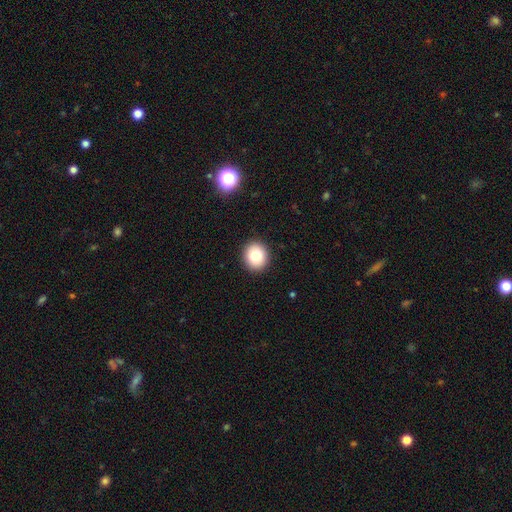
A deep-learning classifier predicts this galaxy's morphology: type=smooth (81%); roundness=round (82%); merging=none (92%).